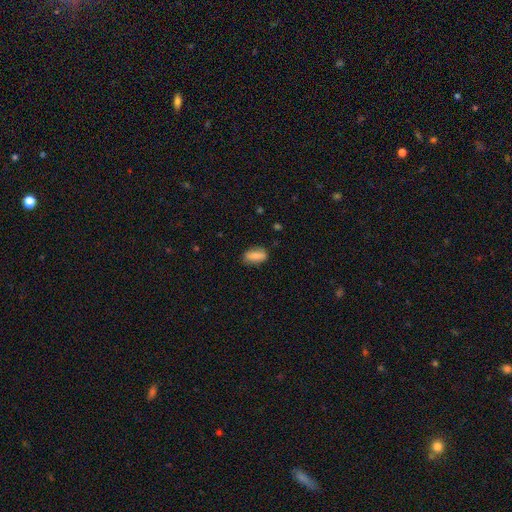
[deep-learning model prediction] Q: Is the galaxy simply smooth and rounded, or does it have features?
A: smooth — 77%.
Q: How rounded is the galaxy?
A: in between — 85%.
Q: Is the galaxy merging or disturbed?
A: none — 80%.